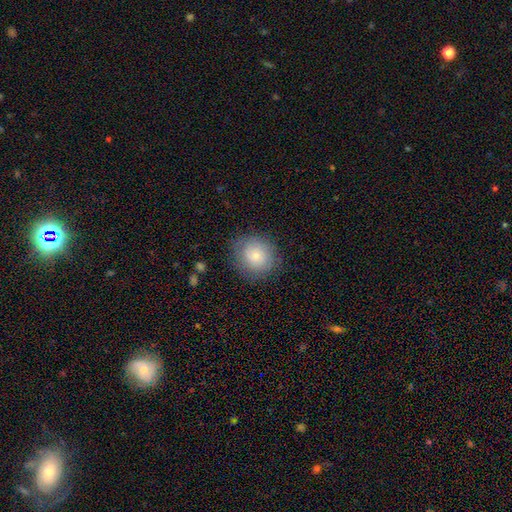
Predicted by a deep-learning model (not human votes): This appears to be a smooth galaxy with no disk features (73%) that is round (85%). Merging: none (80%).